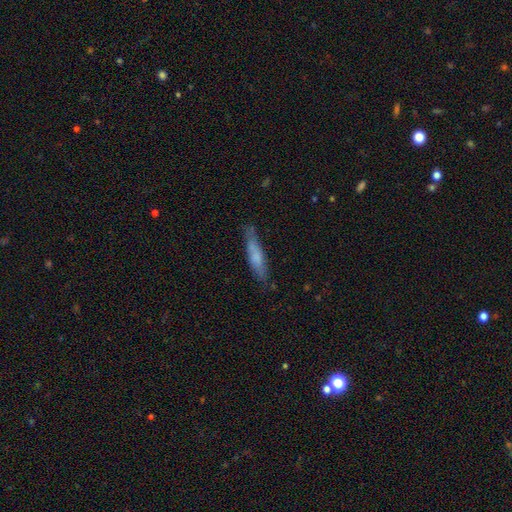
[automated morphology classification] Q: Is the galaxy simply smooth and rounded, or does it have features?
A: smooth — 65%.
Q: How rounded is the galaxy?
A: cigar-shaped — 87%.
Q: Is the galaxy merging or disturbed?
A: none — 75%.